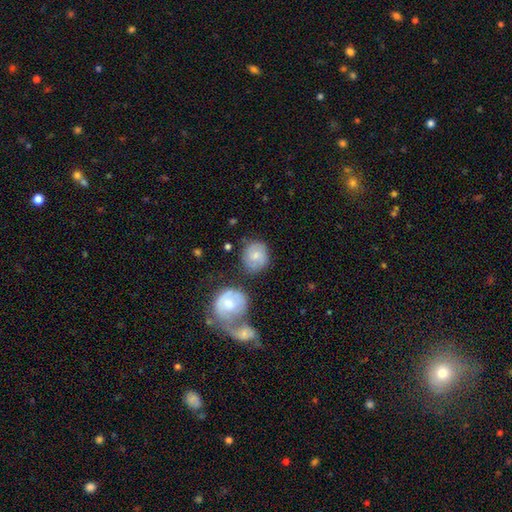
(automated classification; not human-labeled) smooth-or-featured: smooth: 54% | featured or disk: 39% | star or artifact: 7%
  how-rounded: round: 79% | in between: 20% | cigar-shaped: 1%
  merging: none: 66% | minor disturbance: 17% | merger: 11% | major disturbance: 6%